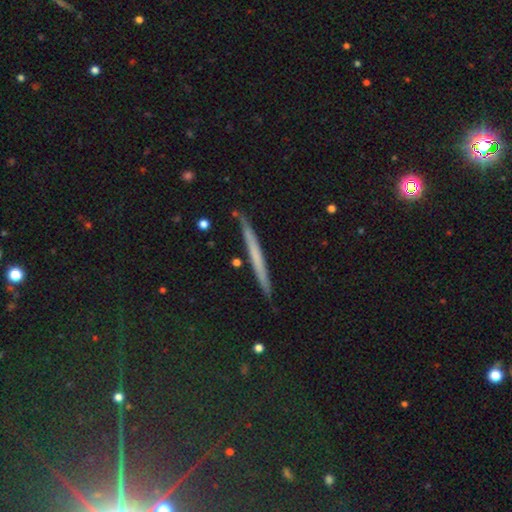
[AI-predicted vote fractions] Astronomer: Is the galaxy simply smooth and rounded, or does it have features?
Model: featured or disk — 47% (runner-up: smooth, 43%).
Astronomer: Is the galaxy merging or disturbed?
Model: none — 87%.